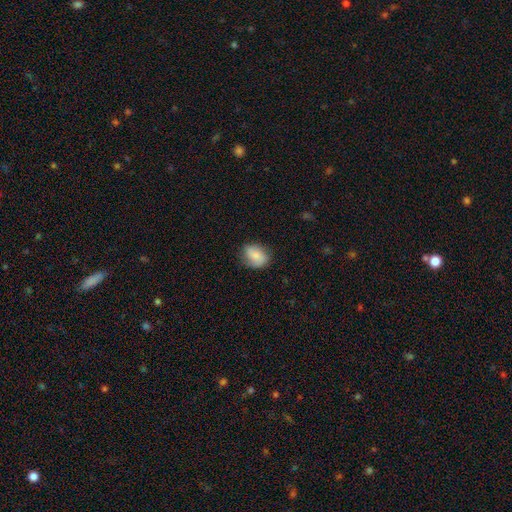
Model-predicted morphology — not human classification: This is likely a smooth galaxy (78%). How rounded: likely in between (66%). Merging: likely none (72%).